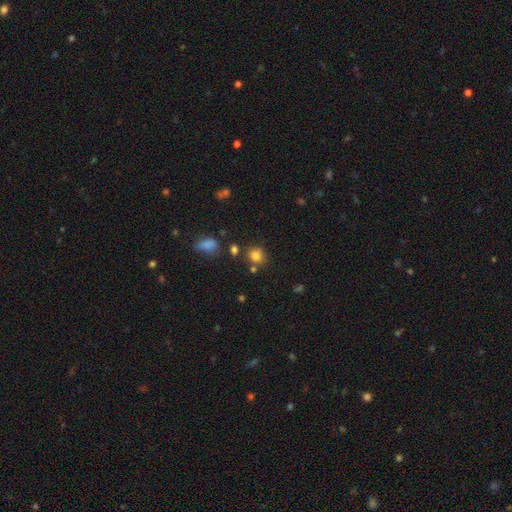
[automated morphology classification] Q: Smooth or featured?
A: smooth (81%); runner-up: star or artifact (13%)
Q: How rounded?
A: round (79%); runner-up: in between (19%)
Q: Merging?
A: none (74%); runner-up: minor disturbance (12%)